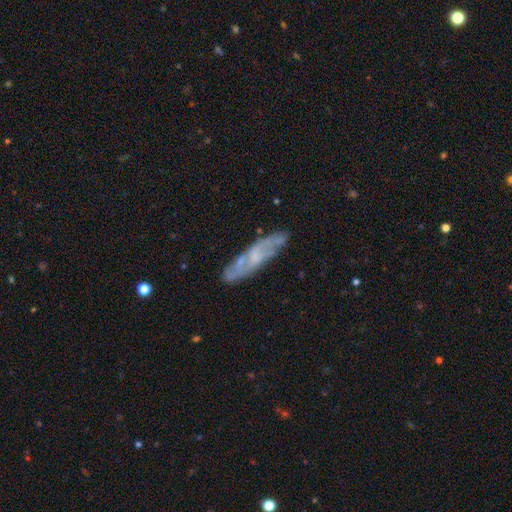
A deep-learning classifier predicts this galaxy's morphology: Smooth or featured: featured or disk — 62% (smooth — 31%)
Edge-on disk: no — 56% (yes — 44%)
Merging: none — 78% (minor disturbance — 15%)